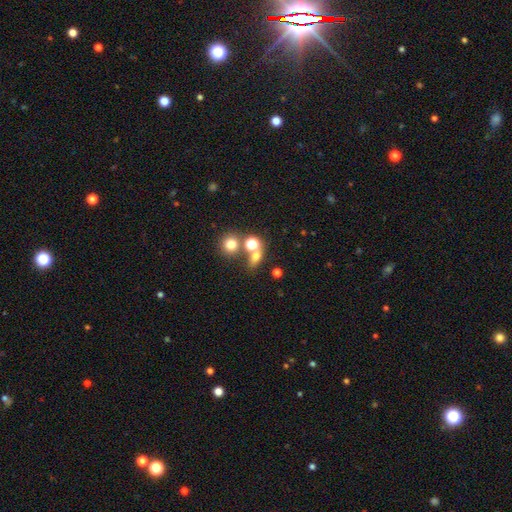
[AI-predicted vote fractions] This is likely a smooth galaxy (63%). How rounded: possibly round (53%). Merging: possibly none (56%).